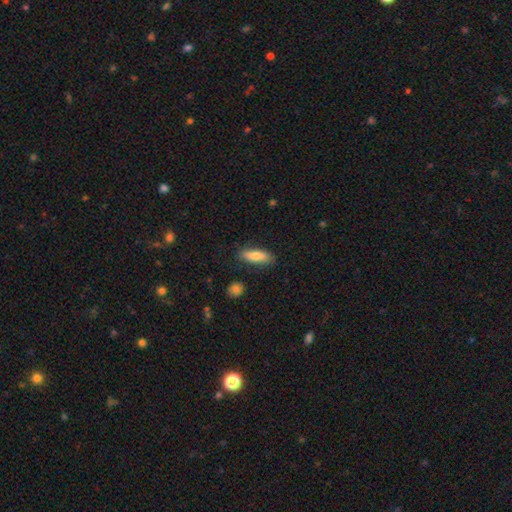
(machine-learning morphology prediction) Smooth or featured? Predicted: smooth (p=0.80). How rounded? Predicted: in between (p=0.54). Merging? Predicted: none (p=0.82).